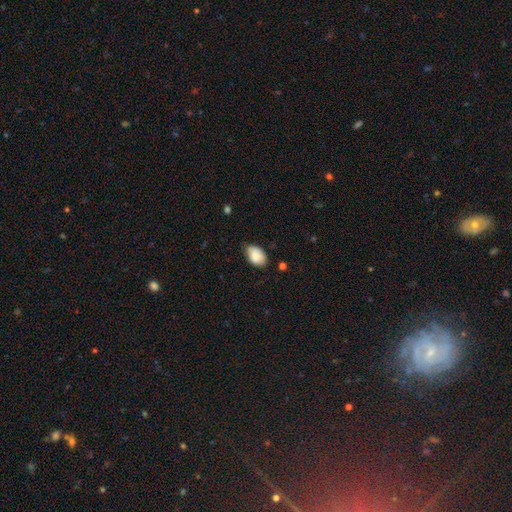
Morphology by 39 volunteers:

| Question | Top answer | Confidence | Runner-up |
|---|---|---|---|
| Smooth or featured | smooth | 90% | featured or disk (5%) |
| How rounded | in between | 94% | round (6%) |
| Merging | none | 59% | minor disturbance (35%) |